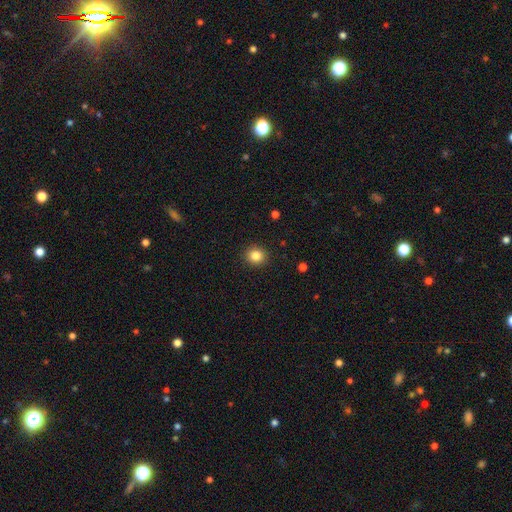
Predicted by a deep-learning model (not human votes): smooth-or-featured: smooth: 84% | star or artifact: 11% | featured or disk: 5%
  how-rounded: round: 86% | in between: 13% | cigar-shaped: 1%
  merging: none: 91% | minor disturbance: 6% | major disturbance: 2% | merger: 1%